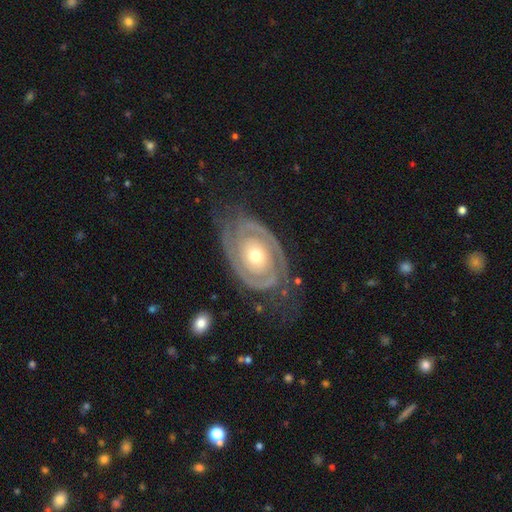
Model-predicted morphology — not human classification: Smooth or featured? featured or disk (91%)
Edge-on disk? no (97%)
Bar? no (81%)
Spiral arms? yes (97%)
Spiral winding? tight (79%)
Spiral arm count? 2 (83%)
Bulge size? moderate (59%)
Merging? none (75%)